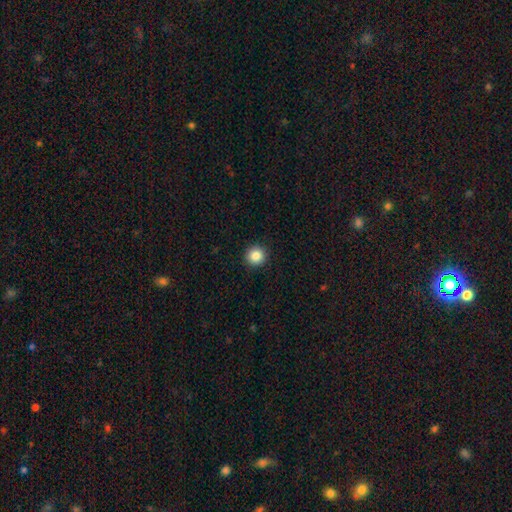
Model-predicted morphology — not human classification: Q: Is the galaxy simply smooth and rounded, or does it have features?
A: smooth — 86%.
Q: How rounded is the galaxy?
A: round — 95%.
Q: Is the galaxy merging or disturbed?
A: none — 92%.